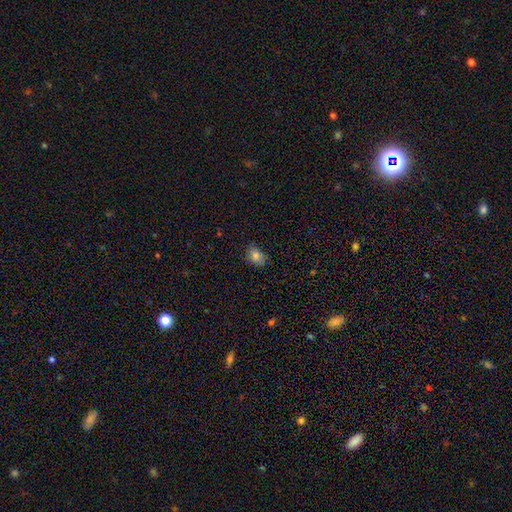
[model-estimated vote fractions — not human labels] smooth_or_featured: smooth (p=0.82) [alt: star or artifact p=0.10]
how_rounded: in between (p=0.79) [alt: round p=0.20]
merging: none (p=0.71) [alt: minor disturbance p=0.23]